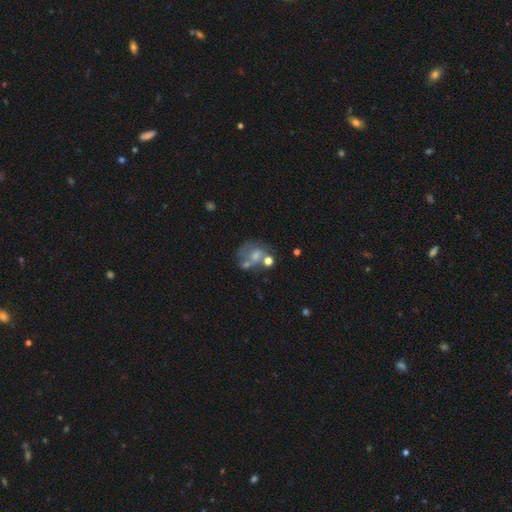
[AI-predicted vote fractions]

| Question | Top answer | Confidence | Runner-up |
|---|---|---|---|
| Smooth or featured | featured or disk | 47% | smooth (39%) |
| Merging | none | 30% | merger (29%) |